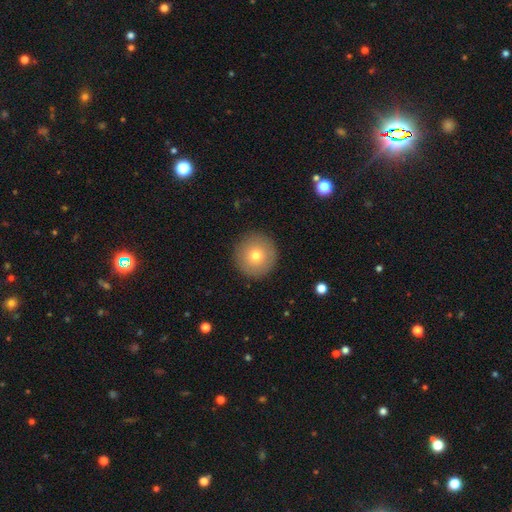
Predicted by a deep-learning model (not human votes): smooth 75%, featured or disk 15%, star or artifact 10%. Down the decision tree: how rounded — round (96%); merging — none (91%).